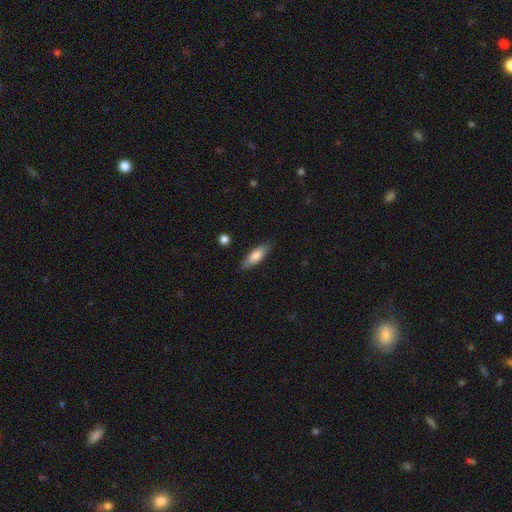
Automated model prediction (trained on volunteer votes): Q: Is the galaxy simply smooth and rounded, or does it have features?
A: smooth — 76%.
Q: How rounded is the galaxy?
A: in between — 57%.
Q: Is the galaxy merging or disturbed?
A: none — 85%.